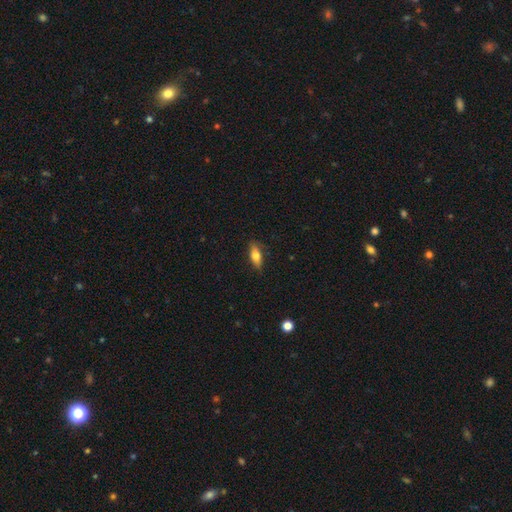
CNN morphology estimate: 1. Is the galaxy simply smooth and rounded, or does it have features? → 67% smooth, 26% featured or disk, 7% star or artifact.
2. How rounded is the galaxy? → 65% in between, 32% cigar-shaped, 3% round.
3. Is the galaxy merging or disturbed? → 85% none, 12% minor disturbance, 2% major disturbance, 1% merger.